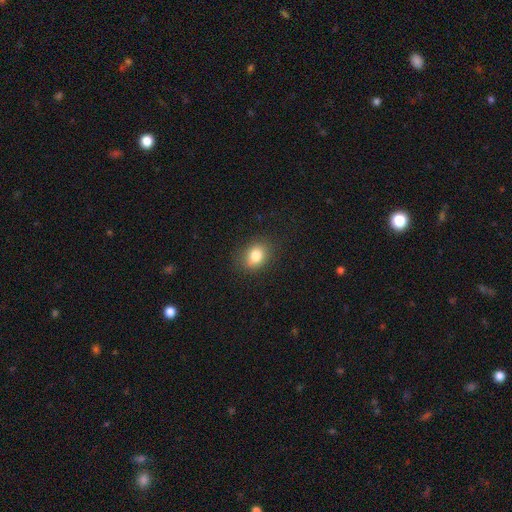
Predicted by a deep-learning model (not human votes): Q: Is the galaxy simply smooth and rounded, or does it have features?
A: smooth — 81%.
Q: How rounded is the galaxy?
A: in between — 56%.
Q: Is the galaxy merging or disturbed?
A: none — 83%.